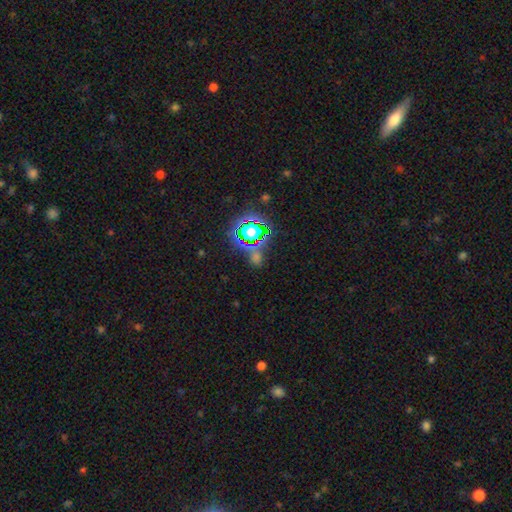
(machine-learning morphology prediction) smooth_or_featured: star or artifact (p=0.68) [alt: smooth p=0.23]